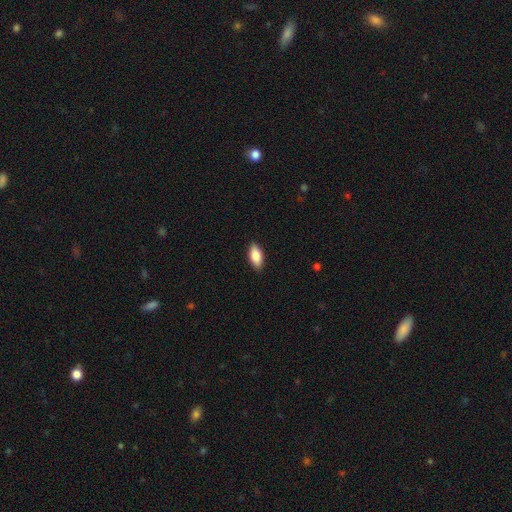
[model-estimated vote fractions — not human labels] Smooth or featured? smooth (83%)
How rounded? in between (88%)
Merging? none (88%)